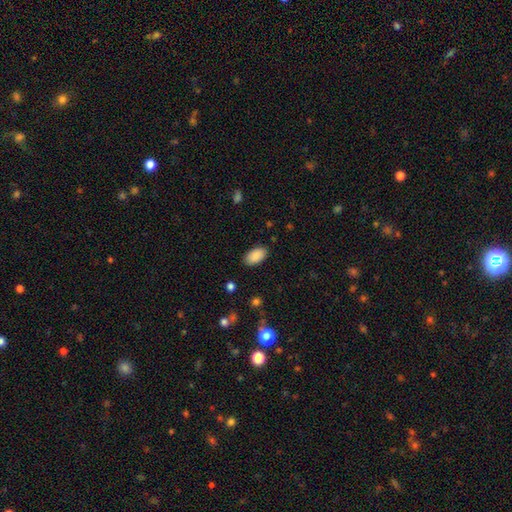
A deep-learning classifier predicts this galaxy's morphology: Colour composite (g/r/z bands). It shows a smooth galaxy with no disk features (89%) that is in between round and cigar-shaped (95%). Merging: none (87%).